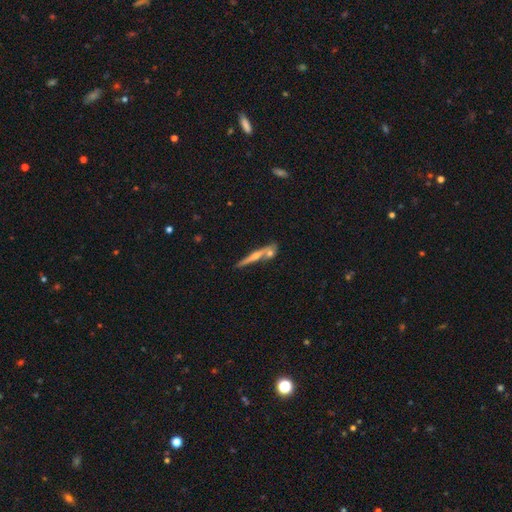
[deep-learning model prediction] A featured or disk galaxy (65%) viewed edge-on (94%) with a rounded central bulge (78%). Merging: none (65%).